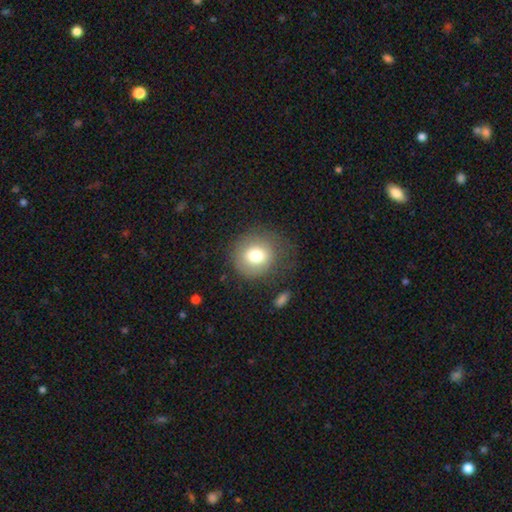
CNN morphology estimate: A smooth galaxy with no disk features (73%) that is round (84%).

Vote fractions:
- Smooth or featured? smooth: 73% / featured or disk: 17% / star or artifact: 10%
- How rounded? round: 84% / in between: 15% / cigar-shaped: 1%
- Merging? none: 66% / minor disturbance: 19% / major disturbance: 12% / merger: 2%